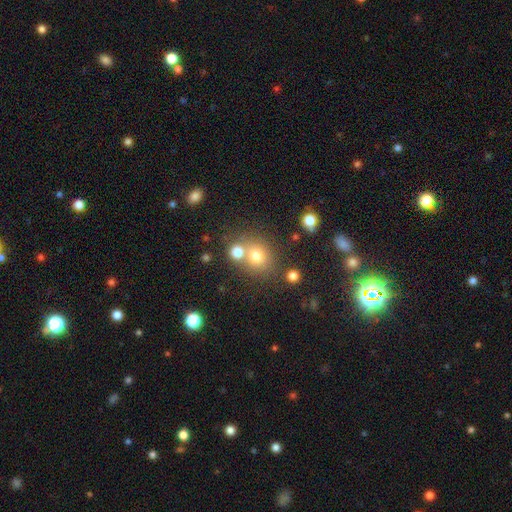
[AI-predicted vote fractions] Overall: smooth (73%). How rounded: round (77%). Merging: none (57%; merger 30%).